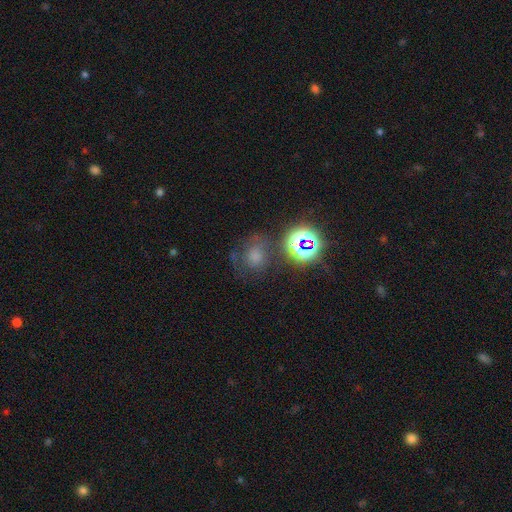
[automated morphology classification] A smooth galaxy with no disk features (59%) that is round (73%).

Vote fractions:
- Smooth or featured? smooth: 59% / star or artifact: 29% / featured or disk: 13%
- How rounded? round: 73% / in between: 26% / cigar-shaped: 1%
- Merging? none: 59% / minor disturbance: 20% / major disturbance: 14% / merger: 7%